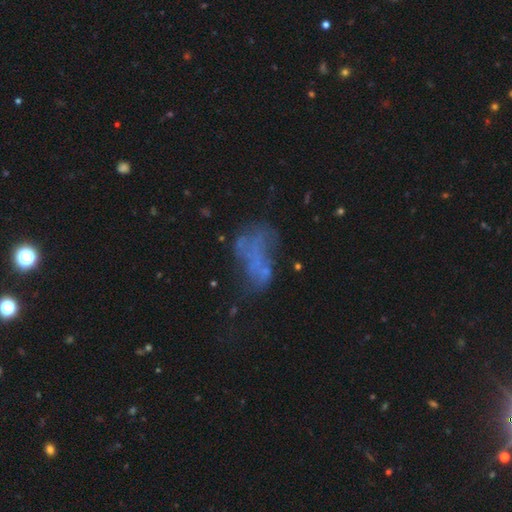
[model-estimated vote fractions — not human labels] A featured or disk galaxy (40%). Merging: major disturbance (35%).